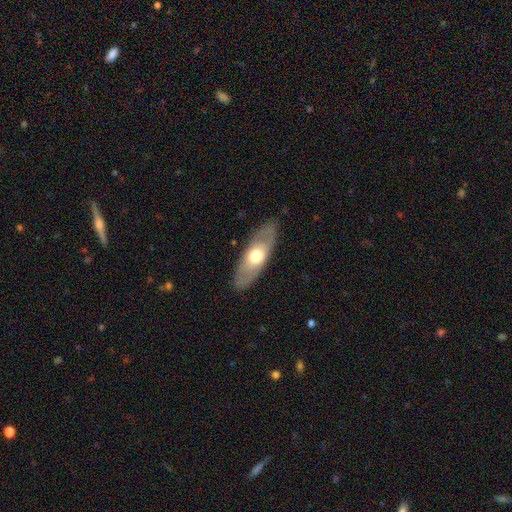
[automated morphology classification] This is possibly a smooth galaxy (49%). Merging: clearly none (84%).